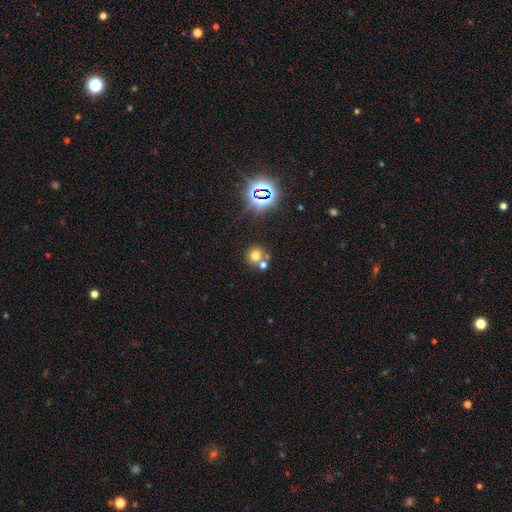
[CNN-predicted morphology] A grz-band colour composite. It shows a smooth galaxy with no disk features (68%) that is round (90%). Merging: none (58%).